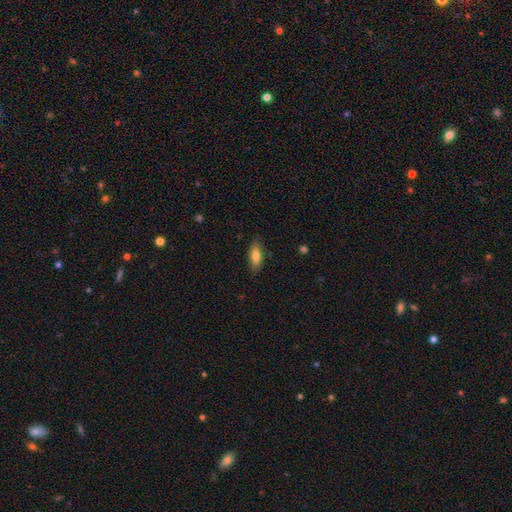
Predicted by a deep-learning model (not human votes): Smooth or featured?
  - smooth: 76% *
  - featured or disk: 17%
  - star or artifact: 7%
How rounded?
  - in between: 69% *
  - cigar-shaped: 28%
  - round: 2%
Merging?
  - none: 82% *
  - minor disturbance: 14%
  - major disturbance: 3%
  - merger: 1%